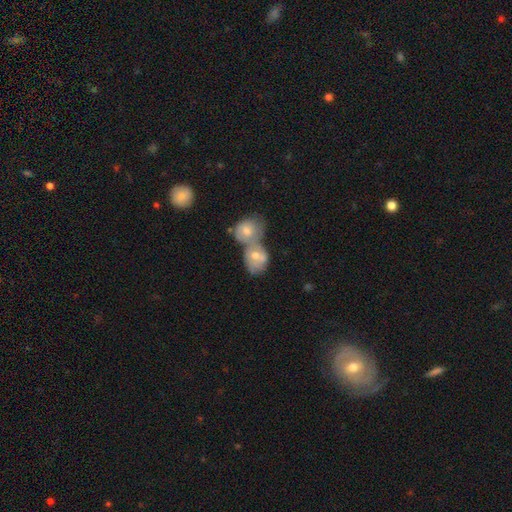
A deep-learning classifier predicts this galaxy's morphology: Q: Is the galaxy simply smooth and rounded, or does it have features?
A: smooth — 54%.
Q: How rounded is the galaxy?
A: round — 55%.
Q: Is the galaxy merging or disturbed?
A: merger — 70%.